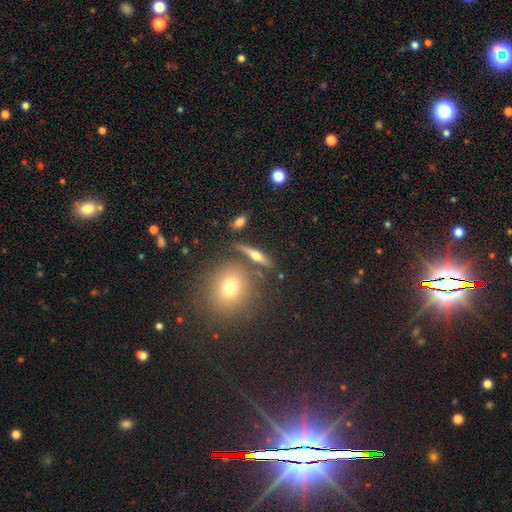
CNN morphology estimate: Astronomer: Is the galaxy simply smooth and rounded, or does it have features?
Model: featured or disk — 53% (runner-up: smooth, 35%).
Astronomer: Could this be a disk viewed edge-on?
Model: yes — 88%.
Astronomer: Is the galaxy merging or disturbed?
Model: none — 75%.